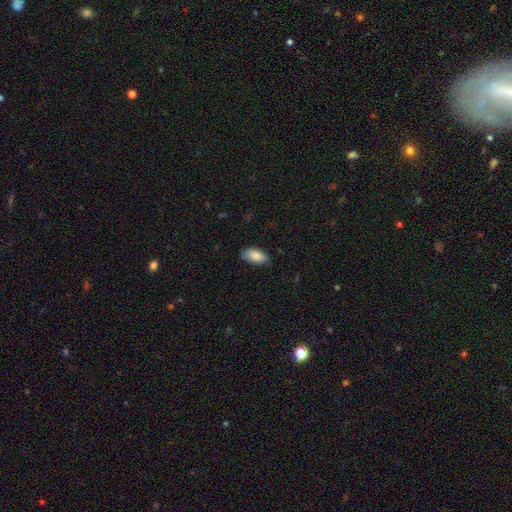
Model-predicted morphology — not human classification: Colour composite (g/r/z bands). It shows a smooth galaxy with no disk features (87%) that is in between round and cigar-shaped (93%). Merging: none (78%).